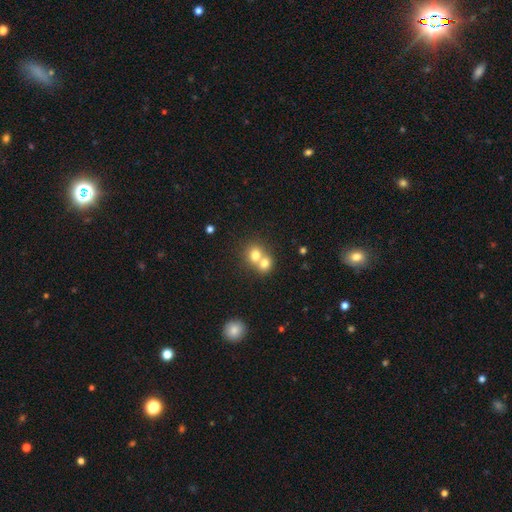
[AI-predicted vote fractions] Smooth or featured? smooth (74%)
How rounded? round (71%)
Merging? merger (66%)